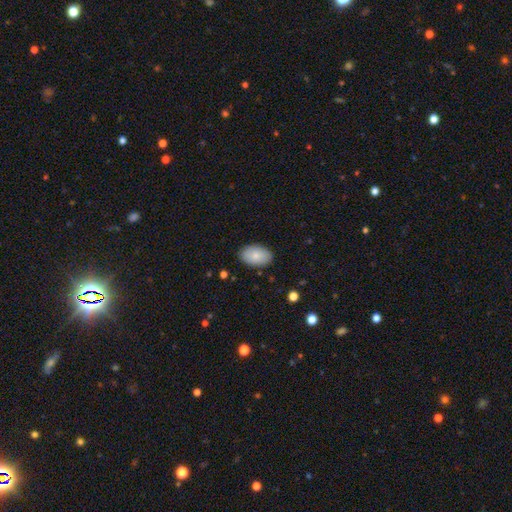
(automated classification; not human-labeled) This is clearly a smooth galaxy (82%). How rounded: clearly in between (92%). Merging: clearly none (87%).